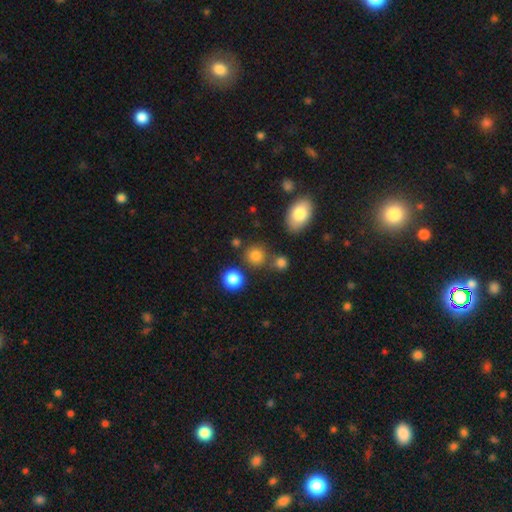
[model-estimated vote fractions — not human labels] smooth_or_featured: smooth (p=0.81) [alt: star or artifact p=0.13]
how_rounded: round (p=0.88) [alt: in between p=0.11]
merging: none (p=0.76) [alt: merger p=0.11]